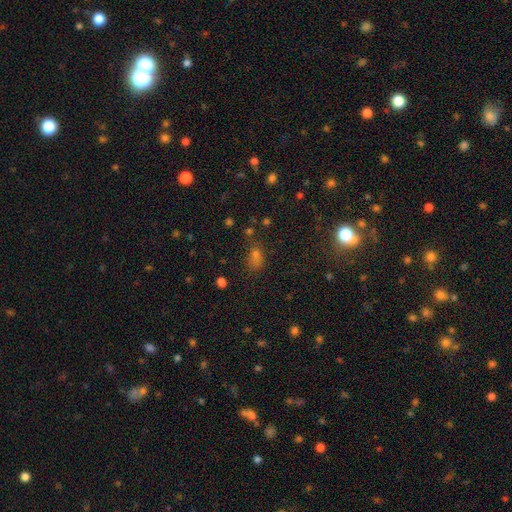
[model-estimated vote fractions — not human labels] Morphology: type=smooth (59%); roundness=in between (68%); merging=none (65%).